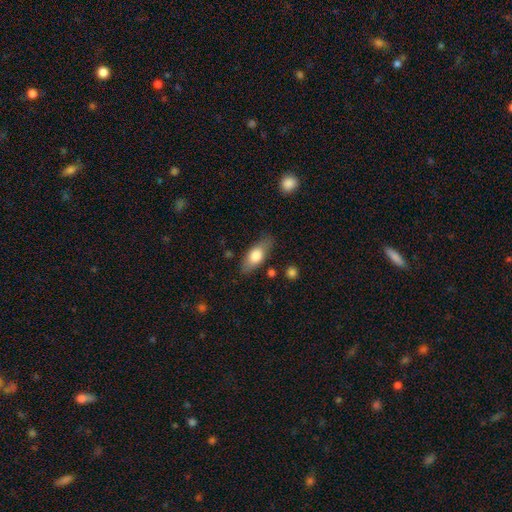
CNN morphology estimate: Overall: smooth (69%). How rounded: in between (78%). Merging: none (80%).